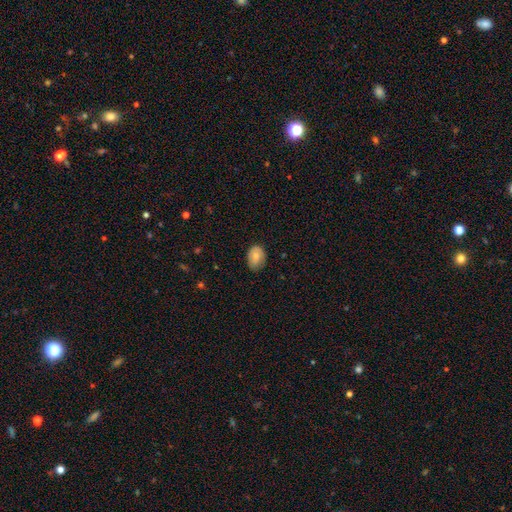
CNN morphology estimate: smooth-or-featured: smooth: 81% | featured or disk: 12% | star or artifact: 7%
  how-rounded: in between: 77% | round: 22% | cigar-shaped: 1%
  merging: none: 73% | minor disturbance: 23% | major disturbance: 4% | merger: 1%